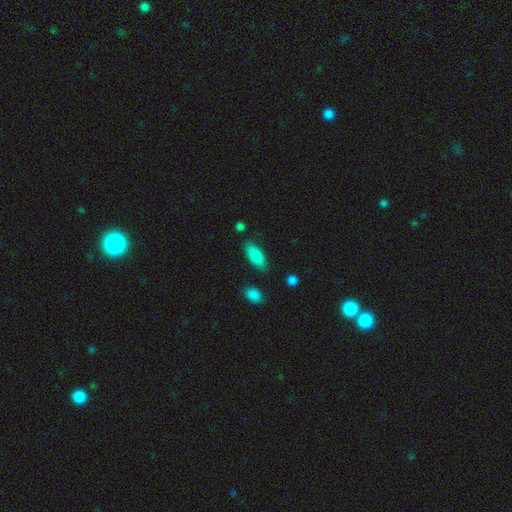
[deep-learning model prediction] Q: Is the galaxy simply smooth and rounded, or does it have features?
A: smooth — 83%.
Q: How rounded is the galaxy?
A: in between — 81%.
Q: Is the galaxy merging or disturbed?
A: none — 82%.